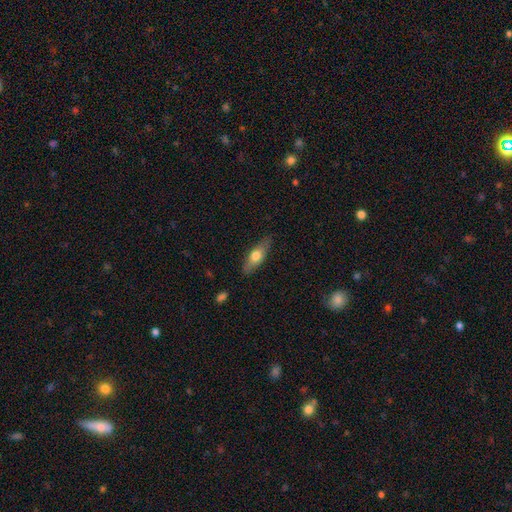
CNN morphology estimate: A smooth galaxy with no disk features (59%) that is in between round and cigar-shaped (57%). Merging: none (84%).